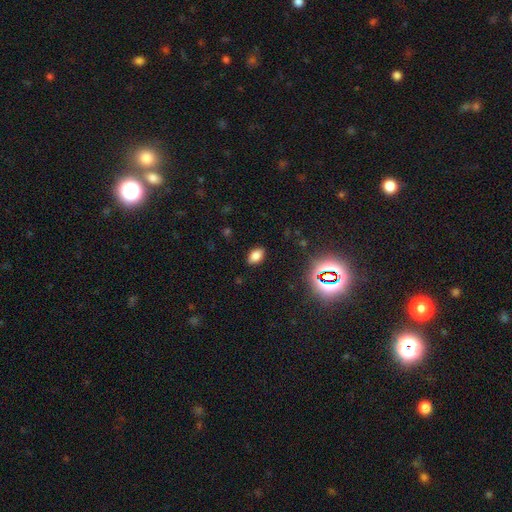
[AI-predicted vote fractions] Smooth or featured?
  - smooth: 77% *
  - star or artifact: 15%
  - featured or disk: 7%
How rounded?
  - in between: 86% *
  - round: 12%
  - cigar-shaped: 2%
Merging?
  - none: 86% *
  - minor disturbance: 10%
  - major disturbance: 3%
  - merger: 1%